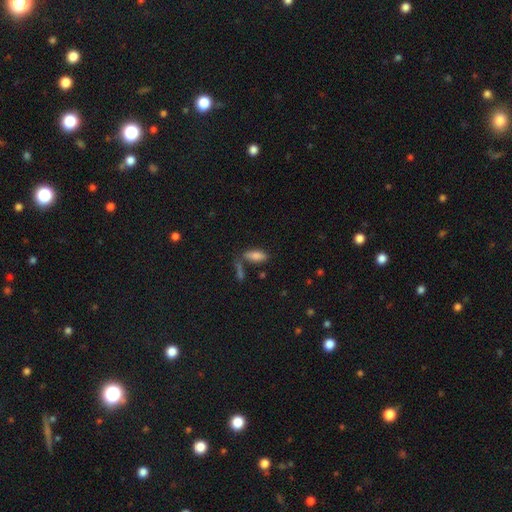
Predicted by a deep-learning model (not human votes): The model was most divided on "how rounded": in between: 72%, cigar-shaped: 26%, round: 2%. More confident: smooth or featured — smooth (83%); merging — none (66%).